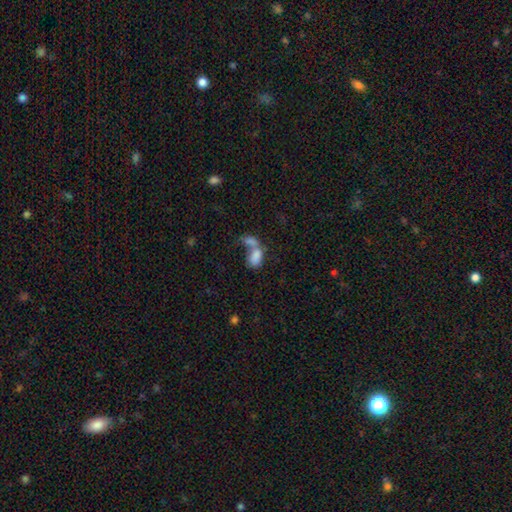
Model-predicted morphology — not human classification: Smooth or featured: smooth — 80% (featured or disk — 11%)
How rounded: in between — 90% (round — 7%)
Merging: merger — 69% (none — 16%)